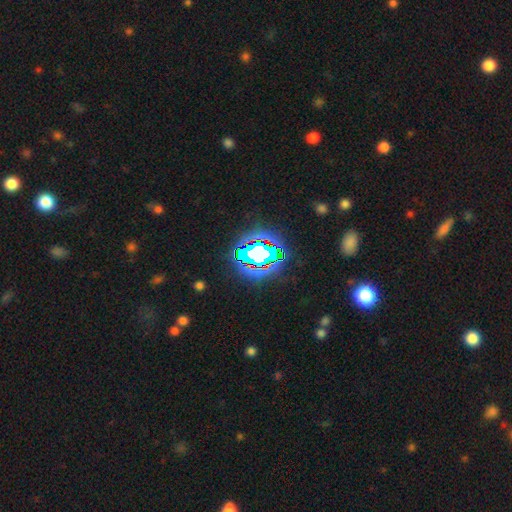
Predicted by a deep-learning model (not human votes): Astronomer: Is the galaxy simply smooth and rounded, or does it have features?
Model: star or artifact — 62%.